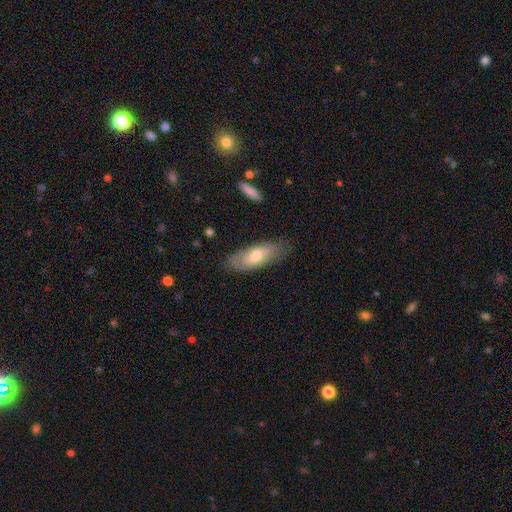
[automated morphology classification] Smooth or featured? smooth (58%)
How rounded? in between (75%)
Merging? none (74%)